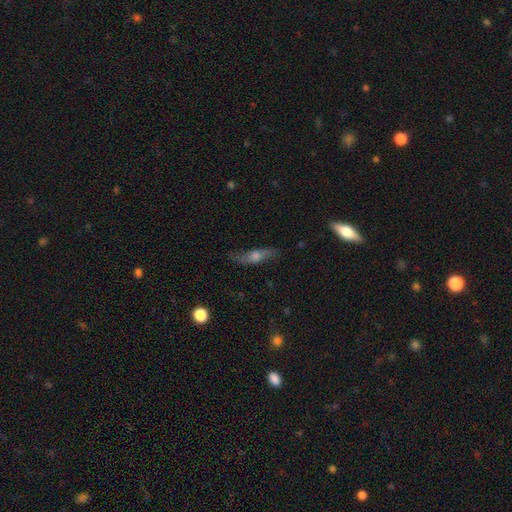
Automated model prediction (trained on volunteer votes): Smooth or featured: featured or disk — 58% (smooth — 33%)
Edge-on disk: yes — 59% (no — 41%)
Merging: none — 74% (minor disturbance — 18%)